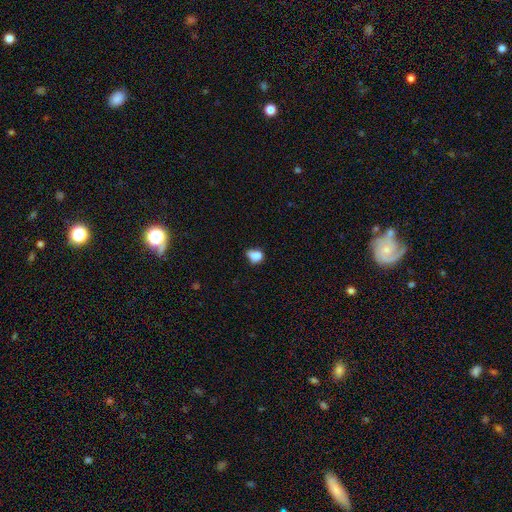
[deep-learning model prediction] smooth-or-featured: smooth: 82% | star or artifact: 11% | featured or disk: 7%
  how-rounded: in between: 60% | round: 38% | cigar-shaped: 2%
  merging: minor disturbance: 43% | none: 38% | major disturbance: 14% | merger: 5%